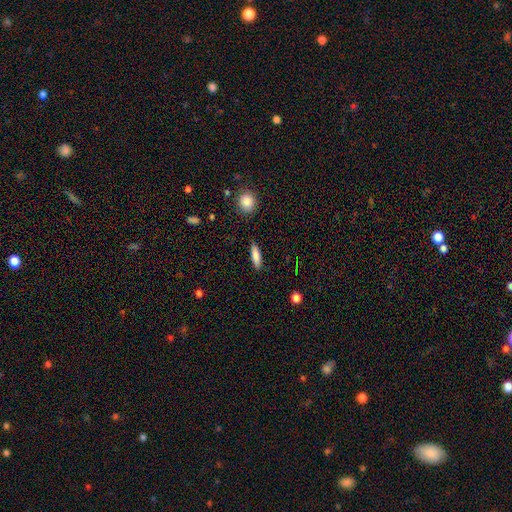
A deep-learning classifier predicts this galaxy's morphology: A smooth galaxy with no disk features (81%) that is cigar-shaped (62%). Merging: none (87%).